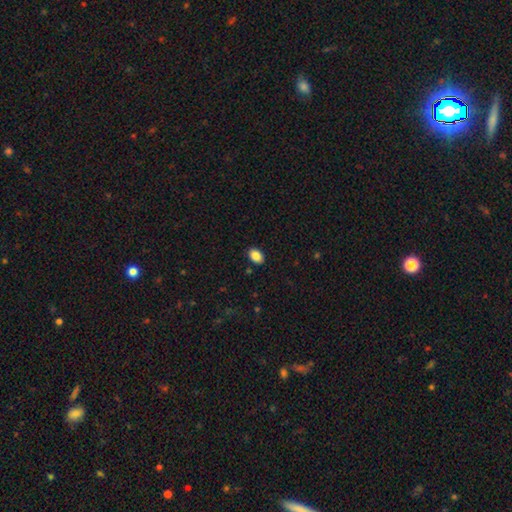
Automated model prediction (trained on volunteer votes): Smooth or featured? Predicted: smooth (p=0.87). How rounded? Predicted: in between (p=0.84). Merging? Predicted: none (p=0.88).